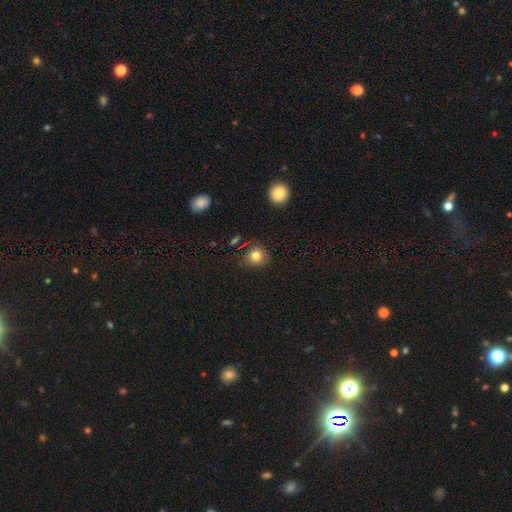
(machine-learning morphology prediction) Overall: smooth (82%). How rounded: round (83%). Merging: none (79%).